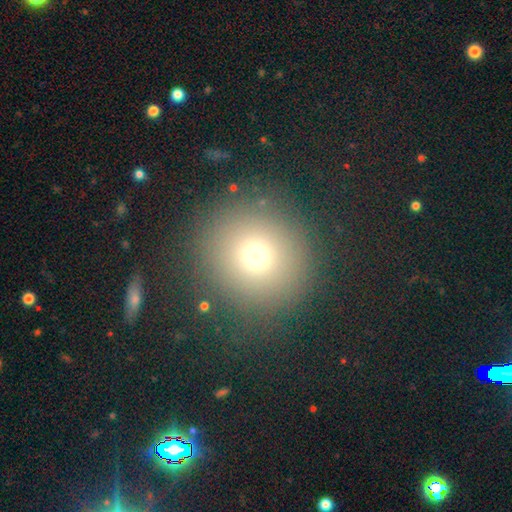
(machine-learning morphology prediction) Smooth or featured?
  - smooth: 71% *
  - star or artifact: 19%
  - featured or disk: 9%
How rounded?
  - round: 94% *
  - in between: 5%
  - cigar-shaped: 1%
Merging?
  - none: 88% *
  - minor disturbance: 6%
  - major disturbance: 4%
  - merger: 2%